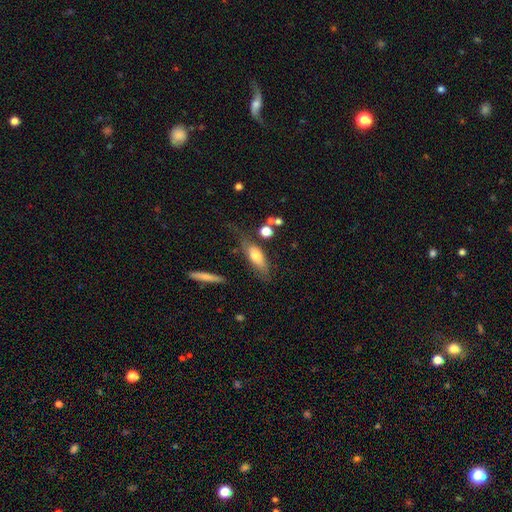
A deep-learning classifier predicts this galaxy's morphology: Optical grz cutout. It shows a smooth galaxy with no disk features (64%) that is in between round and cigar-shaped (61%). Merging: none (53%).